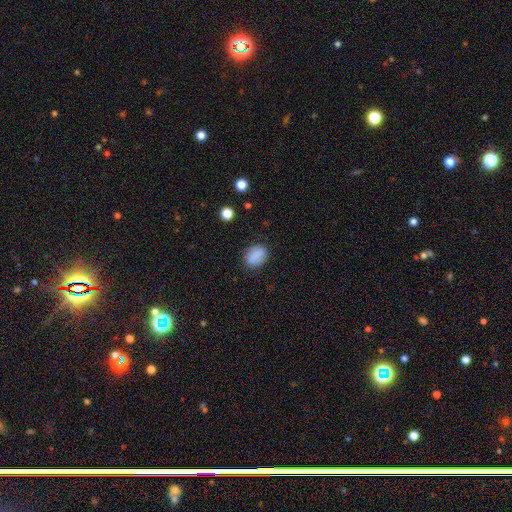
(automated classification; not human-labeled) A smooth galaxy with no disk features (83%) that is in between round and cigar-shaped (61%). Merging: none (83%).